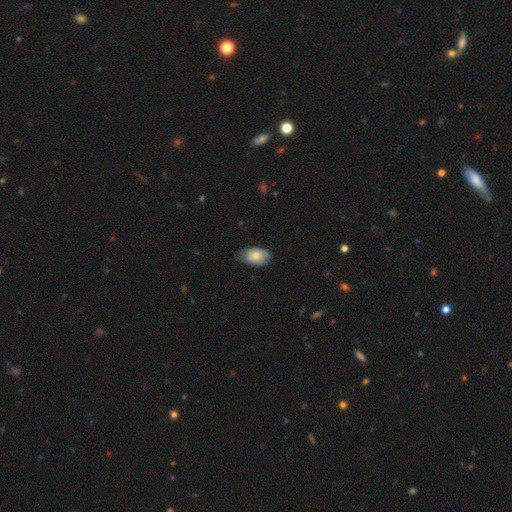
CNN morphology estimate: smooth_or_featured: smooth (p=0.82) [alt: featured or disk p=0.12]
how_rounded: in between (p=0.92) [alt: round p=0.06]
merging: none (p=0.71) [alt: minor disturbance p=0.25]